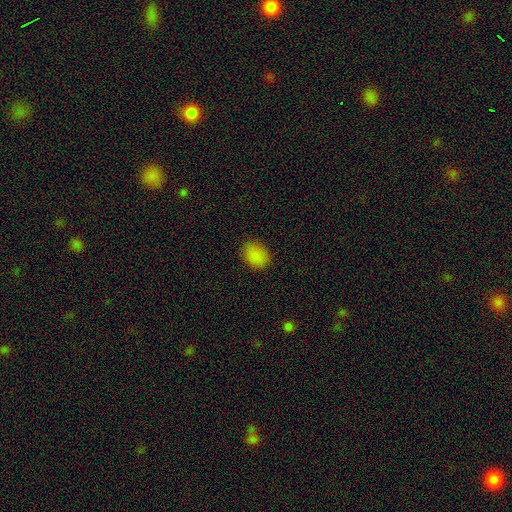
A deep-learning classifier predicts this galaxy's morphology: This appears to be a smooth galaxy with no disk features (85%) that is in between round and cigar-shaped (56%). Merging: none (86%).